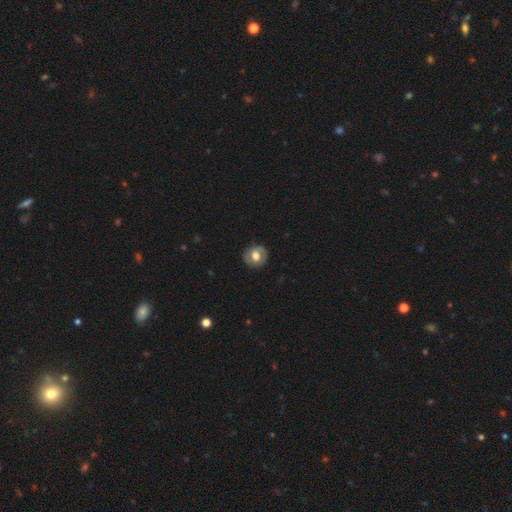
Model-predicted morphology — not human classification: Overall: smooth (59%; featured or disk 33%). How rounded: round (85%). Merging: none (86%).